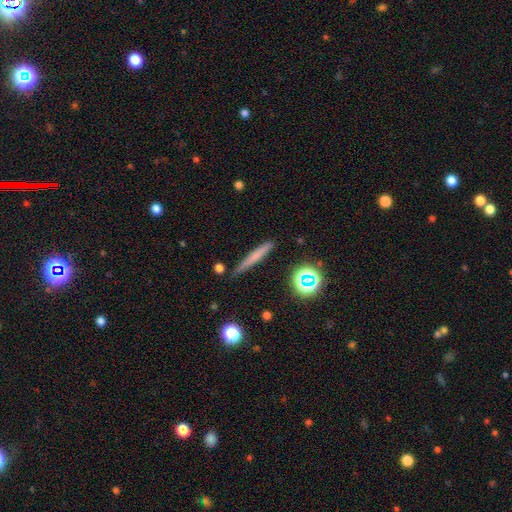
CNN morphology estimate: Overall: smooth (61%; featured or disk 28%). How rounded: cigar-shaped (93%). Merging: none (85%).